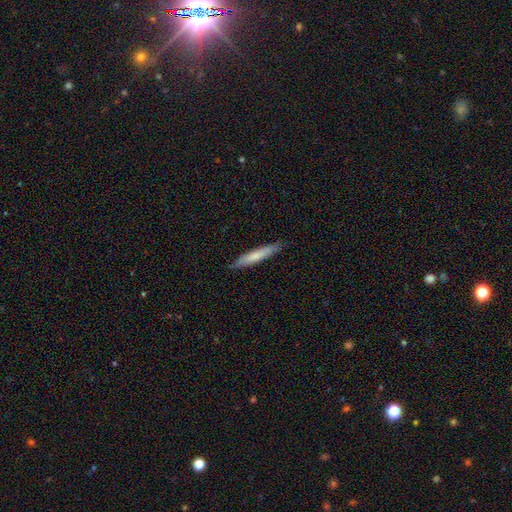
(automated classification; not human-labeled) This appears to be a smooth galaxy with no disk features (70%) that is cigar-shaped (92%). Merging: none (87%).